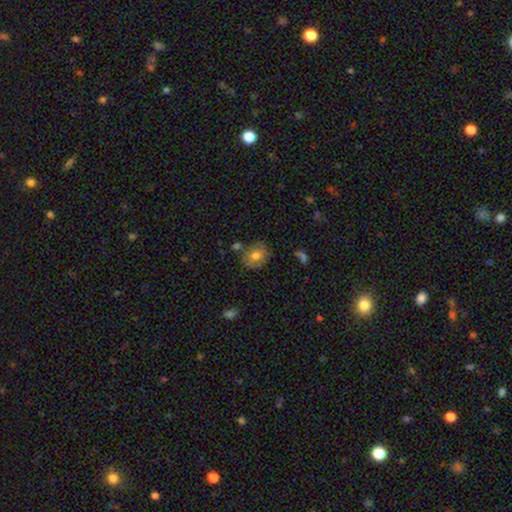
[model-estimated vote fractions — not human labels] Smooth or featured? smooth (68%)
How rounded? round (53%)
Merging? none (69%)